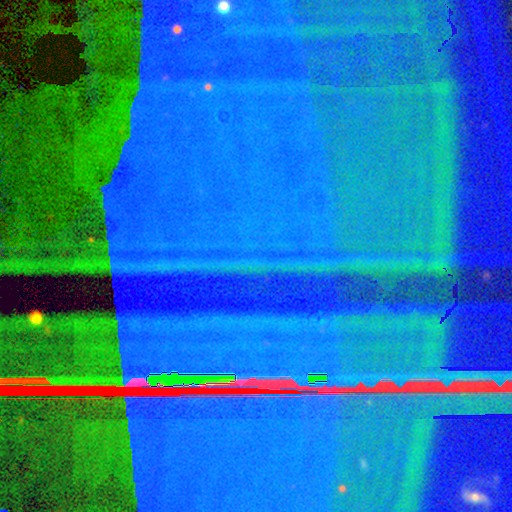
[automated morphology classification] The model was most divided on "smooth or featured": star or artifact: 88%, featured or disk: 7%, smooth: 5%.